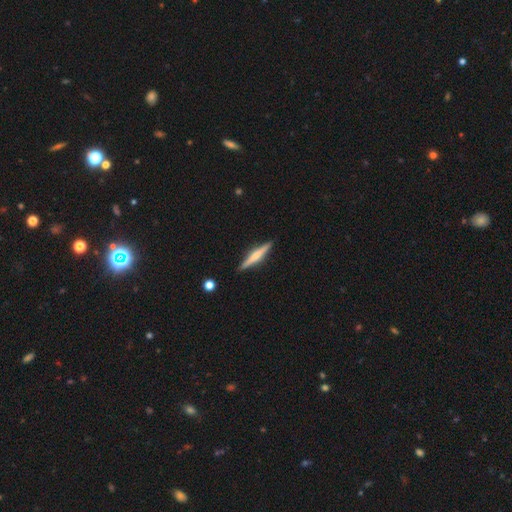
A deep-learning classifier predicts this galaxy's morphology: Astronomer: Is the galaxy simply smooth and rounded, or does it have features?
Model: featured or disk — 61%.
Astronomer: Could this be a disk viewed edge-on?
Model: yes — 98%.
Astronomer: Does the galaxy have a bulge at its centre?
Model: rounded — 64%.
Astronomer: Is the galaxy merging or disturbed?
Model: none — 91%.